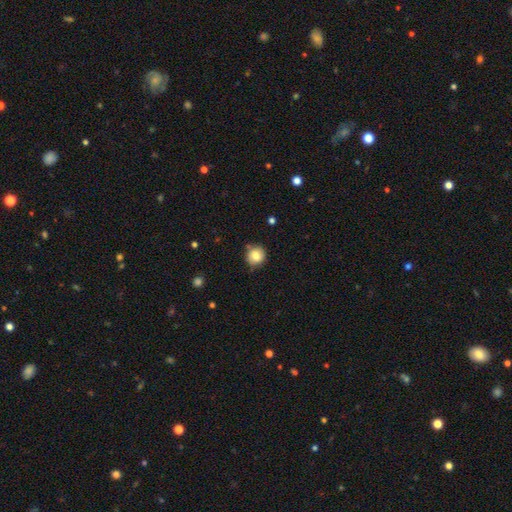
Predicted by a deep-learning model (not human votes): A smooth galaxy with no disk features (83%) that is round (89%). Merging: none (79%).